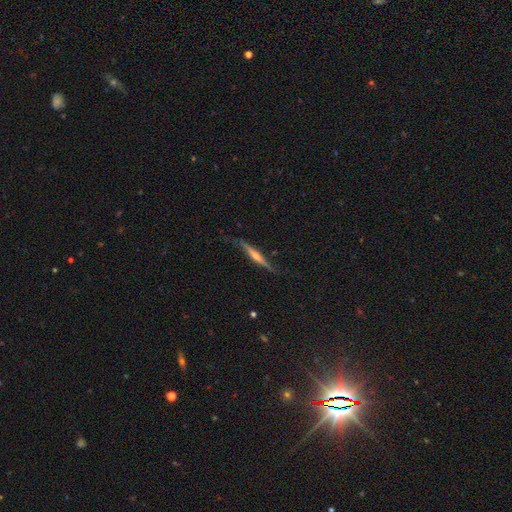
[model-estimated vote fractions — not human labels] Smooth or featured?
  - featured or disk: 76% *
  - smooth: 17%
  - star or artifact: 6%
Edge-on disk?
  - yes: 94% *
  - no: 6%
Edge-on bulge?
  - rounded: 77% *
  - none: 13%
  - boxy: 9%
Merging?
  - none: 72% *
  - minor disturbance: 20%
  - major disturbance: 5%
  - merger: 2%